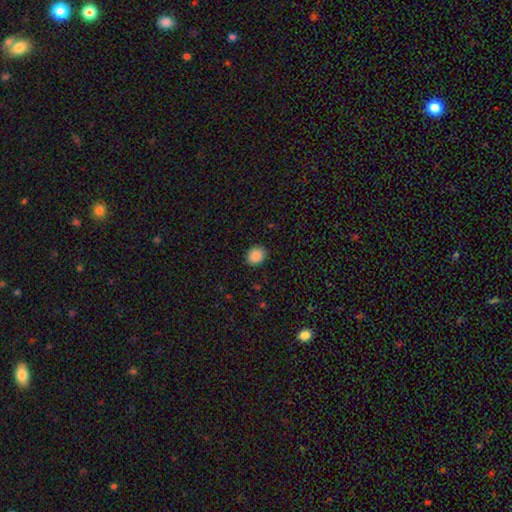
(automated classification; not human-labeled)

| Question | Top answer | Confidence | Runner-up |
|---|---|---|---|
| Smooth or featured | smooth | 88% | star or artifact (9%) |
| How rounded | round | 63% | in between (36%) |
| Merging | none | 90% | minor disturbance (7%) |